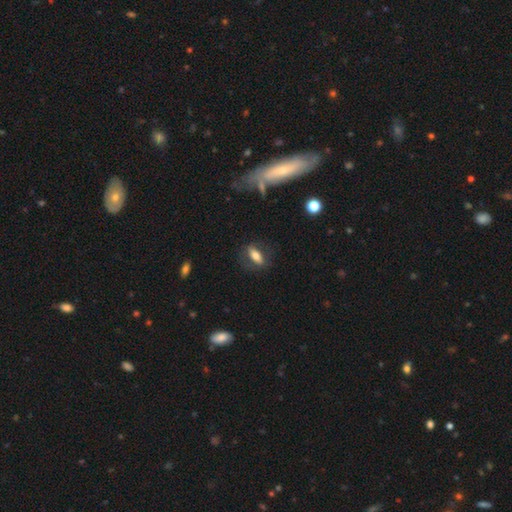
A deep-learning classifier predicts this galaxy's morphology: type=smooth (63%); roundness=in between (65%); merging=none (78%).